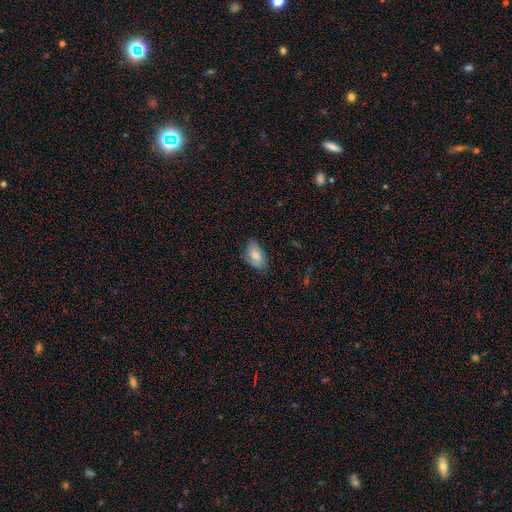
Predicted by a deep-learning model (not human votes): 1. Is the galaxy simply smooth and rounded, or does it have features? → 70% smooth, 22% featured or disk, 8% star or artifact.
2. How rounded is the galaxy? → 91% in between, 6% round, 3% cigar-shaped.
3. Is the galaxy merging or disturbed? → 68% none, 25% minor disturbance, 5% major disturbance, 1% merger.